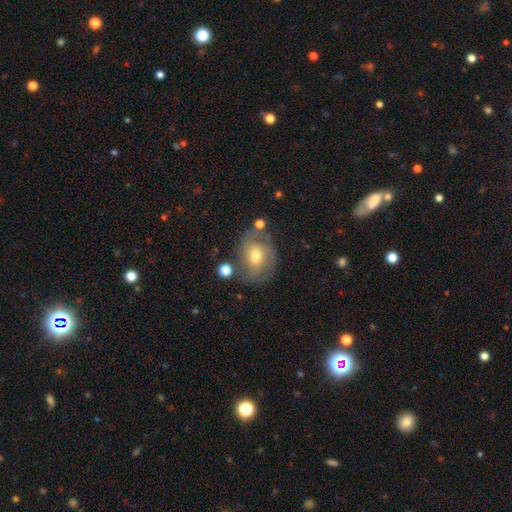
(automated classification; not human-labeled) Smooth or featured? featured or disk (52%)
Edge-on disk? no (95%)
Merging? none (62%)